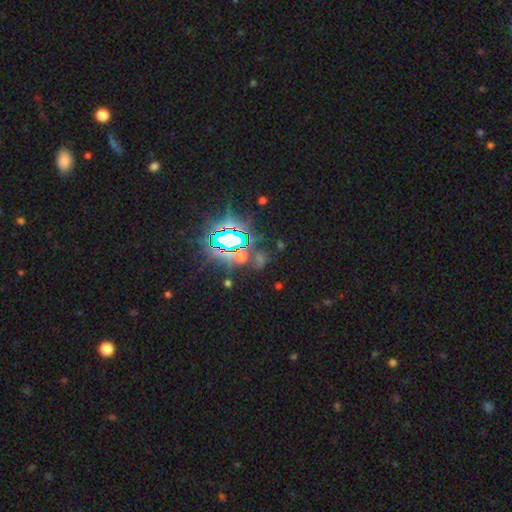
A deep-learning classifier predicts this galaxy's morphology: type=star or artifact (75%).